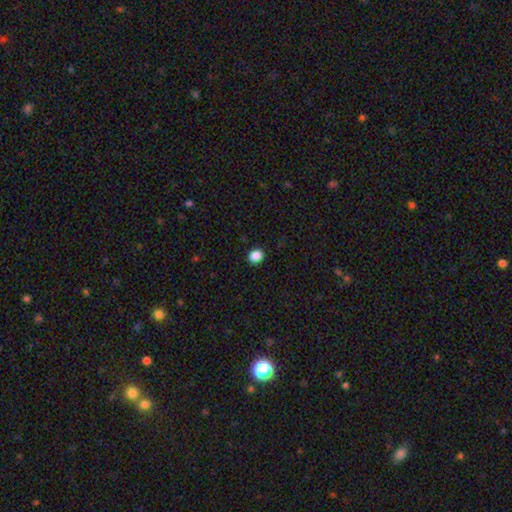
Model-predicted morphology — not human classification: smooth_or_featured: smooth (p=0.88) [alt: star or artifact p=0.10]
how_rounded: round (p=0.74) [alt: in between p=0.25]
merging: none (p=0.92) [alt: minor disturbance p=0.06]